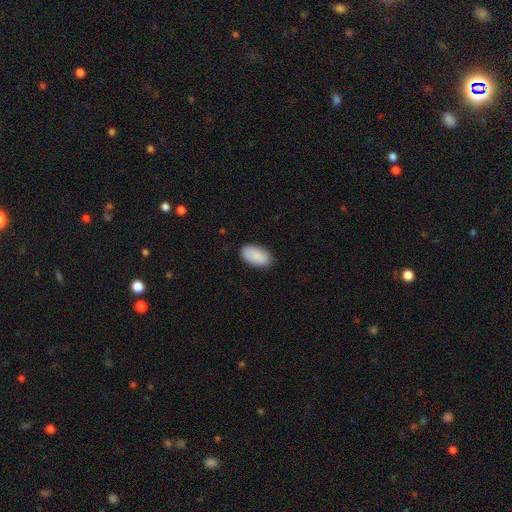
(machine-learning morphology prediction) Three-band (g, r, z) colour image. It shows a smooth galaxy with no disk features (89%) that is in between round and cigar-shaped (95%). Merging: none (86%).